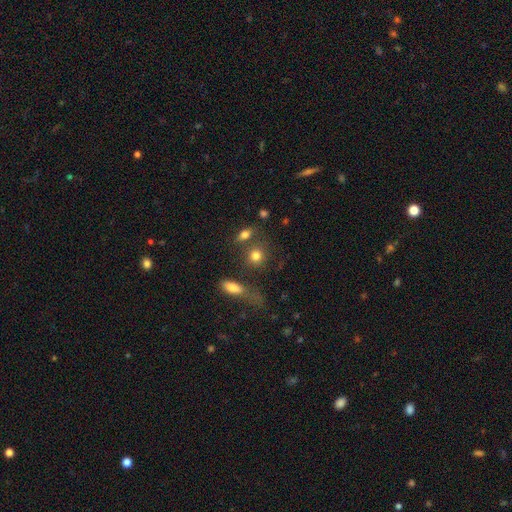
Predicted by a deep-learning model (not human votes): A smooth galaxy with no disk features (79%) that is round (70%).

Vote fractions:
- Smooth or featured? smooth: 79% / star or artifact: 11% / featured or disk: 10%
- How rounded? round: 70% / in between: 26% / cigar-shaped: 3%
- Merging? none: 64% / merger: 17% / minor disturbance: 12% / major disturbance: 6%